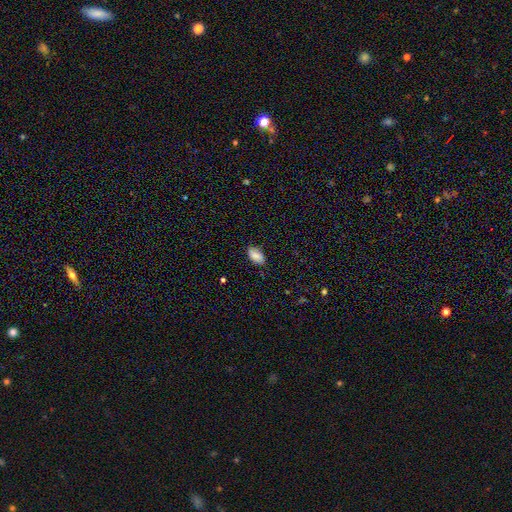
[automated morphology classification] Smooth or featured: smooth — 82% (featured or disk — 10%)
How rounded: in between — 93% (round — 4%)
Merging: none — 80% (minor disturbance — 16%)